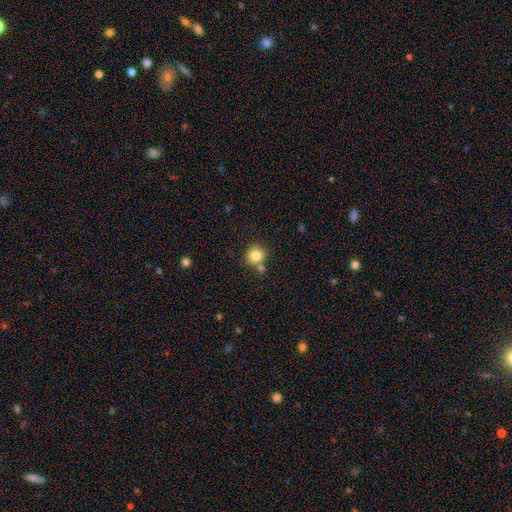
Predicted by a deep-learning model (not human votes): This is clearly a smooth galaxy (81%). How rounded: clearly round (88%). Merging: likely none (71%).